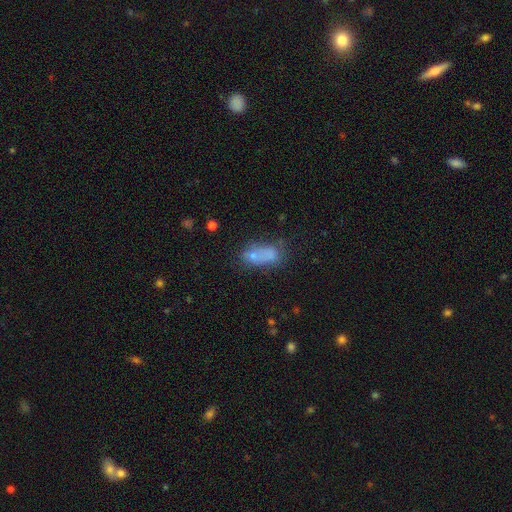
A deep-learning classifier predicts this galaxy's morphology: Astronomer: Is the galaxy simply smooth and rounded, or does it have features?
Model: smooth — 65%.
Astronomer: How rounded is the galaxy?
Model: in between — 77%.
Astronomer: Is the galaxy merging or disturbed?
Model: none — 37% (runner-up: merger, 35%).